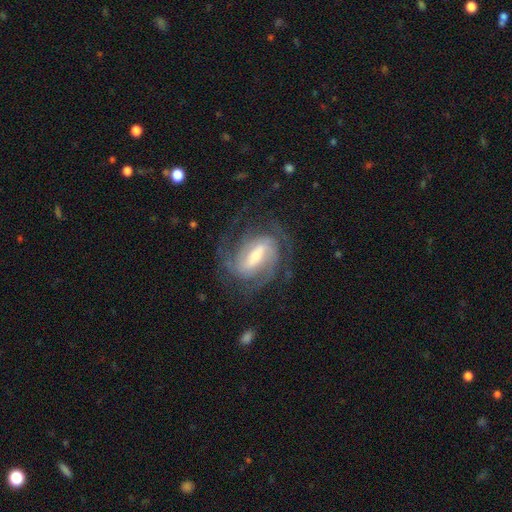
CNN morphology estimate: type=featured or disk (88%); edge-on=no (96%); bar=strong (56%); spiral arms=yes (96%); winding=tight (47%); arm count=2 (50%); bulge=moderate (43%); merging=none (71%).